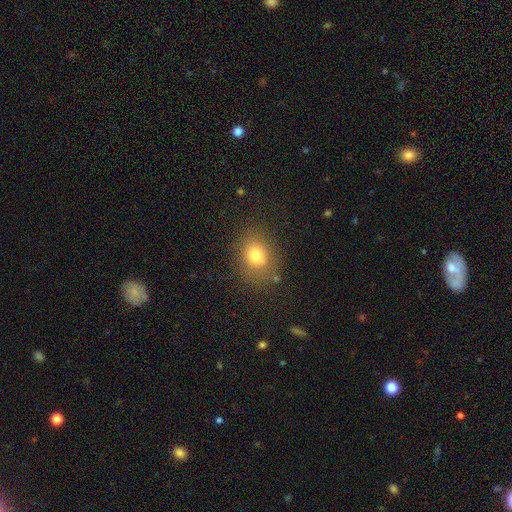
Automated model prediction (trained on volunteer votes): A smooth galaxy with no disk features (76%) that is round (53%). Merging: none (78%).